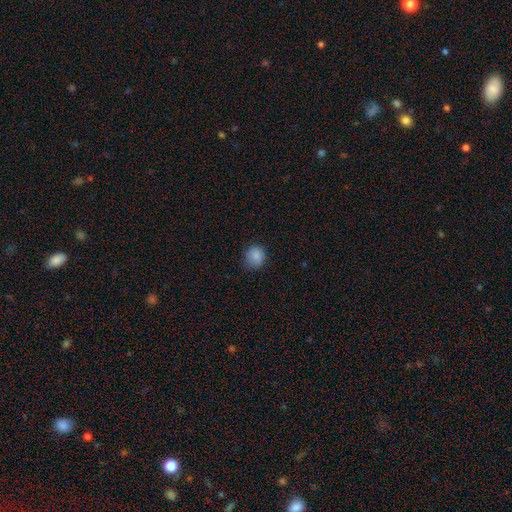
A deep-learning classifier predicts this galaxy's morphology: smooth-or-featured: smooth: 86% | star or artifact: 10% | featured or disk: 4%
  how-rounded: round: 83% | in between: 16% | cigar-shaped: 1%
  merging: none: 77% | minor disturbance: 18% | major disturbance: 4% | merger: 1%